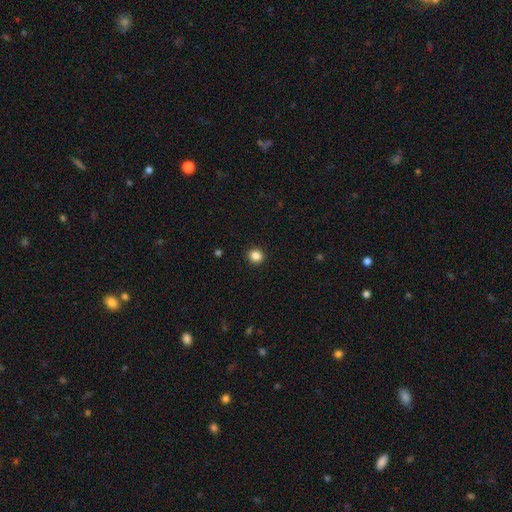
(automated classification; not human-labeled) A smooth galaxy with no disk features (86%) that is round (87%). Merging: none (93%).